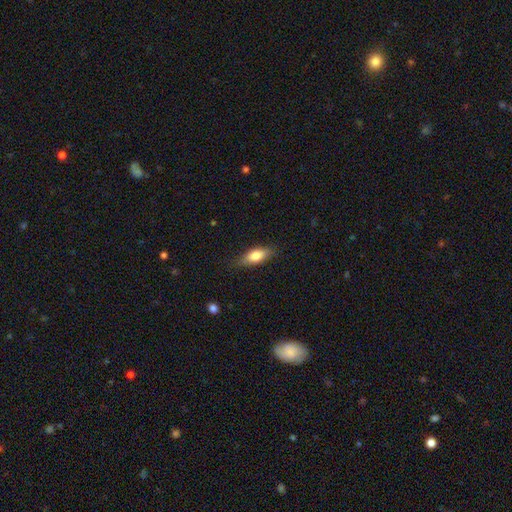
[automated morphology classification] Smooth or featured?
  - smooth: 75% *
  - featured or disk: 18%
  - star or artifact: 7%
How rounded?
  - in between: 77% *
  - cigar-shaped: 19%
  - round: 4%
Merging?
  - none: 78% *
  - minor disturbance: 17%
  - major disturbance: 4%
  - merger: 1%